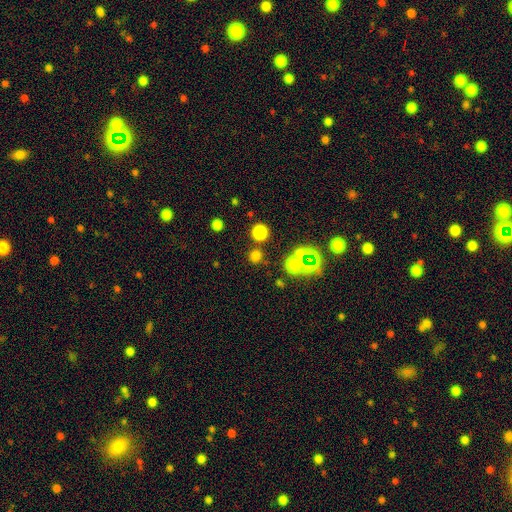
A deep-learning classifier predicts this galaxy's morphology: type=smooth (65%); roundness=round (92%); merging=none (80%).